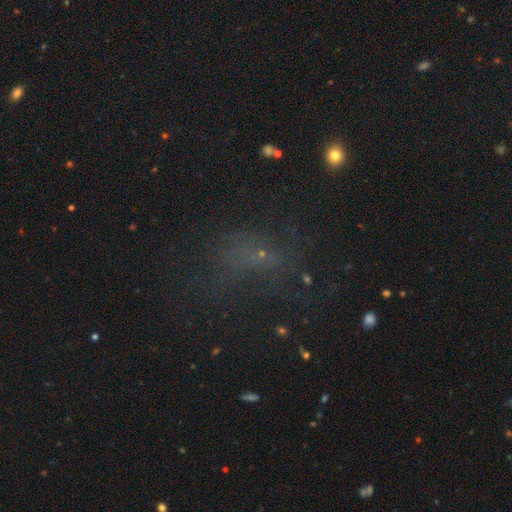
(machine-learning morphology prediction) Smooth or featured? Predicted: star or artifact (p=0.42).